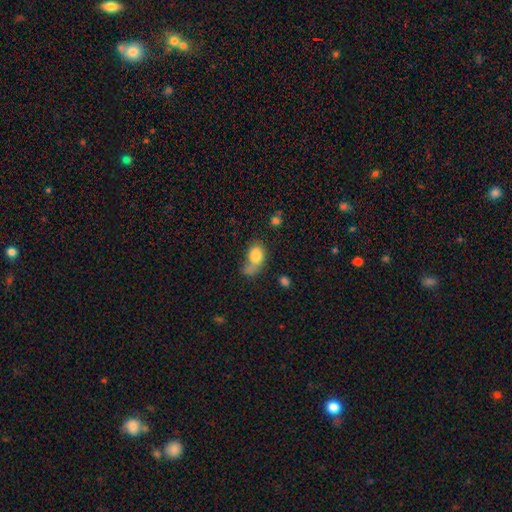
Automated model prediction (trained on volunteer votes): A smooth galaxy with no disk features (80%) that is in between round and cigar-shaped (71%).

Vote fractions:
- Smooth or featured? smooth: 80% / featured or disk: 12% / star or artifact: 9%
- How rounded? in between: 71% / round: 27% / cigar-shaped: 2%
- Merging? none: 30% / merger: 28% / minor disturbance: 21% / major disturbance: 21%